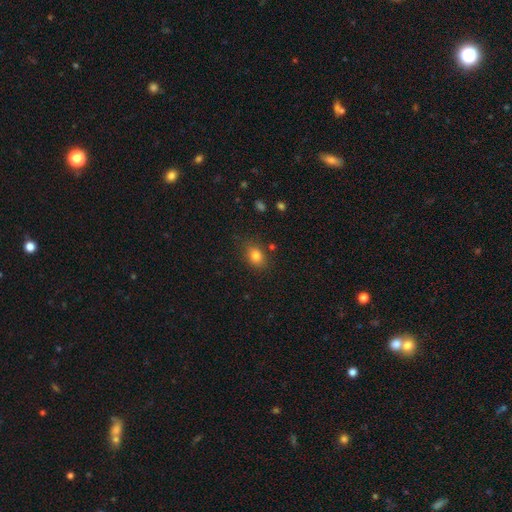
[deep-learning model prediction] Smooth or featured?
  - smooth: 82% *
  - star or artifact: 11%
  - featured or disk: 7%
How rounded?
  - in between: 62% *
  - round: 36%
  - cigar-shaped: 1%
Merging?
  - none: 80% *
  - minor disturbance: 13%
  - major disturbance: 4%
  - merger: 3%